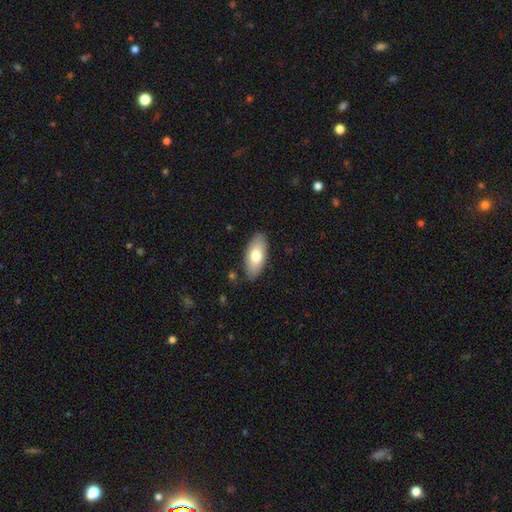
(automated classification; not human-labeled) smooth-or-featured: smooth: 72% | featured or disk: 22% | star or artifact: 6%
  how-rounded: in between: 89% | cigar-shaped: 9% | round: 3%
  merging: none: 85% | minor disturbance: 11% | major disturbance: 2% | merger: 1%